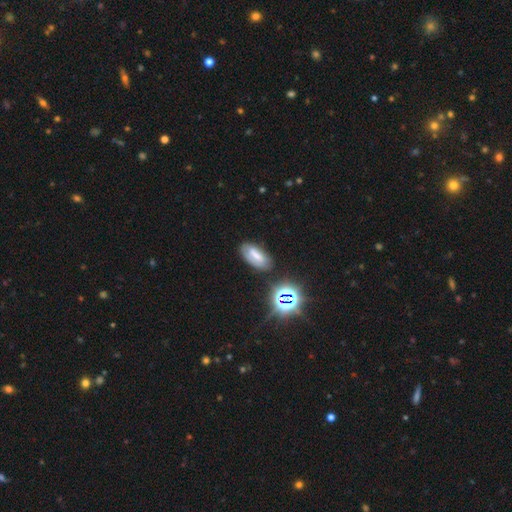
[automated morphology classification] Smooth or featured: smooth — 48% (featured or disk — 33%)
Merging: none — 73% (minor disturbance — 18%)